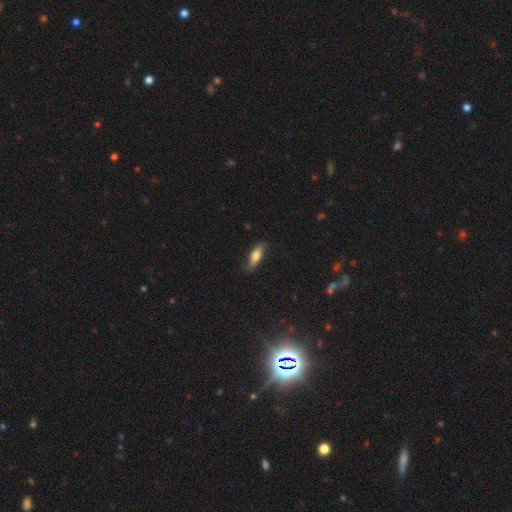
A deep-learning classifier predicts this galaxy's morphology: Smooth or featured: smooth — 57% (featured or disk — 37%)
How rounded: in between — 51% (cigar-shaped — 46%)
Merging: none — 75% (minor disturbance — 20%)